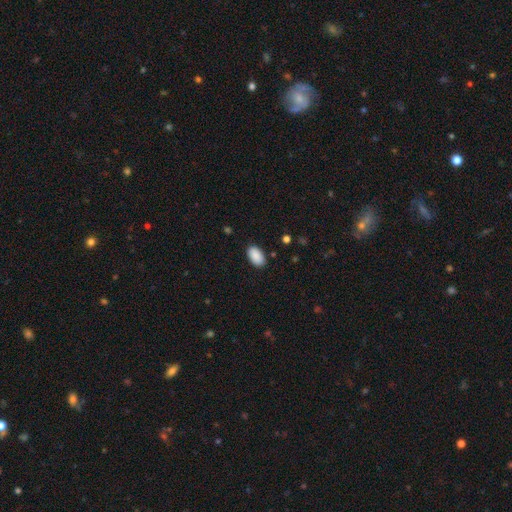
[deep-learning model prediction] Smooth or featured? smooth (90%)
How rounded? in between (94%)
Merging? none (87%)